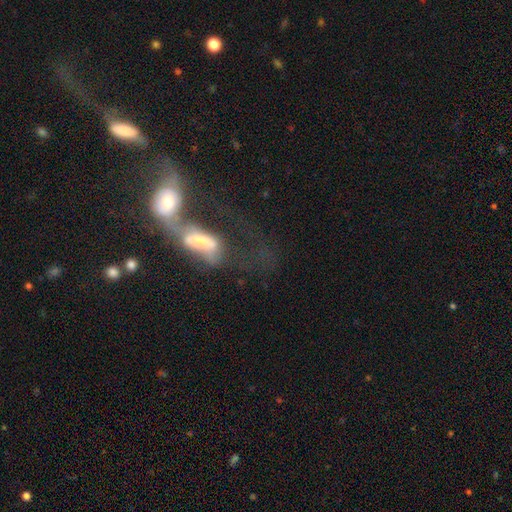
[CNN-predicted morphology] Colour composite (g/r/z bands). It shows a featured or disk galaxy (50%). Merging: merger (77%).